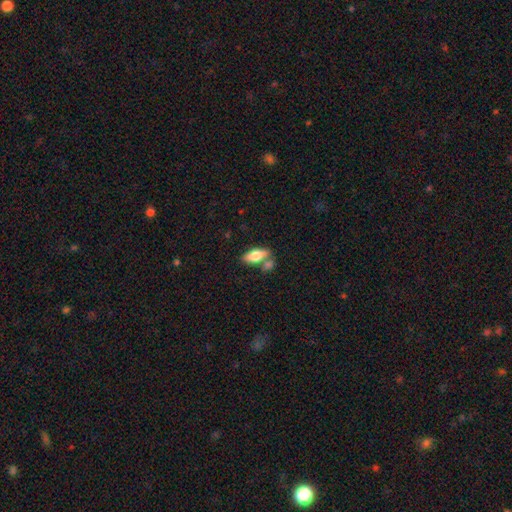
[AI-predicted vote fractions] smooth-or-featured: smooth: 72% | featured or disk: 21% | star or artifact: 6%
  how-rounded: in between: 80% | cigar-shaped: 17% | round: 3%
  merging: none: 58% | merger: 25% | minor disturbance: 13% | major disturbance: 4%